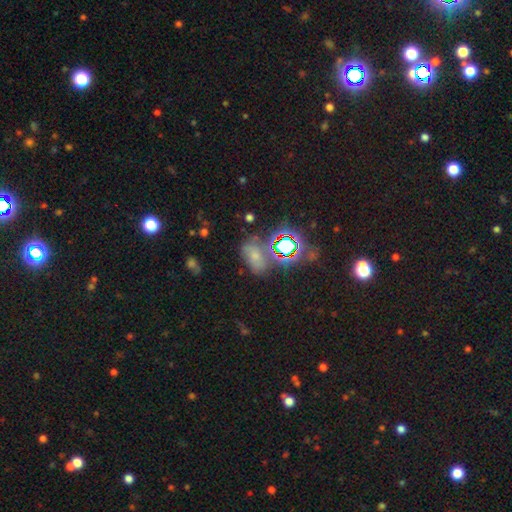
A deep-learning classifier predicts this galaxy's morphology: A smooth galaxy with no disk features (43%). Merging: none (54%).